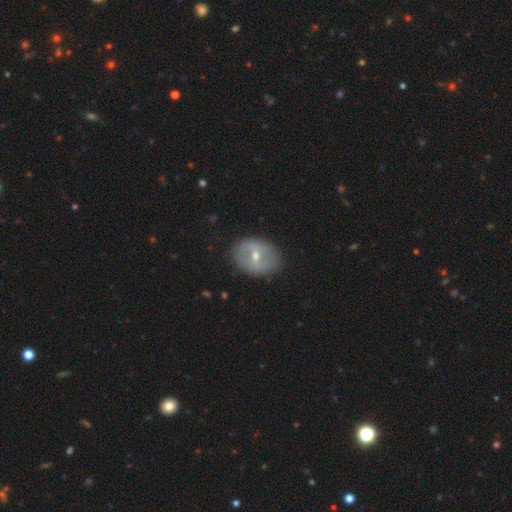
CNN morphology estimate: featured or disk 62%, smooth 31%, star or artifact 7%. Down the decision tree: edge-on disk — no (93%); bar — weak (42%); spiral arms — no (70%); bulge size — moderate (53%); merging — none (84%).